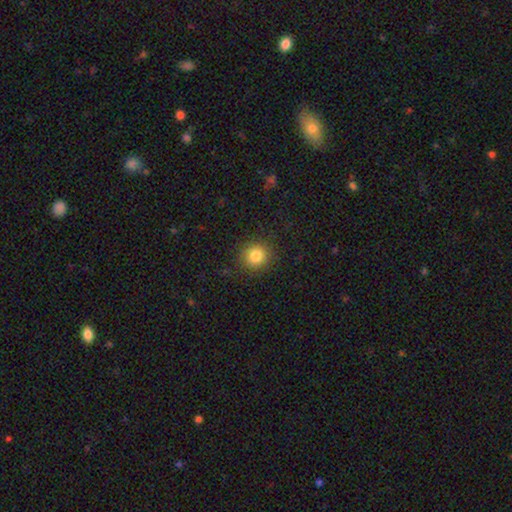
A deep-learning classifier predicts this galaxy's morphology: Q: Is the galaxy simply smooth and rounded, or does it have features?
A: smooth — 83%.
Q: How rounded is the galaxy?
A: round — 91%.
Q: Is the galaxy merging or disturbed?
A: none — 88%.